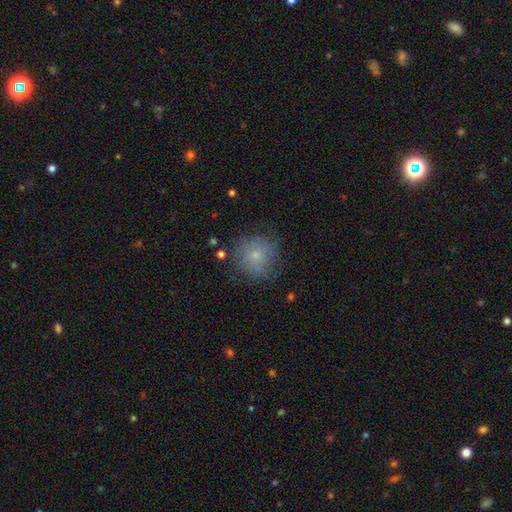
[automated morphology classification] This is likely a smooth galaxy (69%). How rounded: clearly round (91%). Merging: likely none (70%).